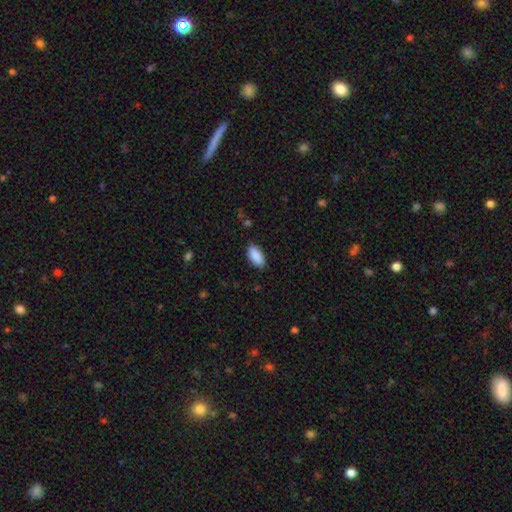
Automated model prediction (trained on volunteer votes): smooth-or-featured: smooth: 90% | star or artifact: 6% | featured or disk: 3%
  how-rounded: in between: 93% | cigar-shaped: 5% | round: 2%
  merging: none: 86% | minor disturbance: 11% | major disturbance: 2% | merger: 1%